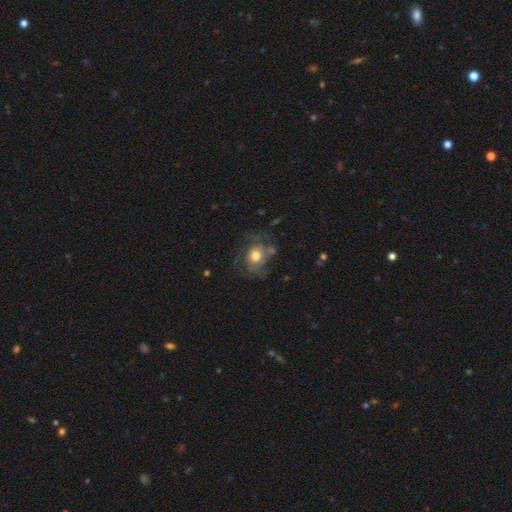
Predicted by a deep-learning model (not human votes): The model was most divided on "bulge size": moderate: 59%, large: 30%, small: 7%, dominant: 2%, none: 1%. More confident: edge-on disk — no (97%); bar — no (82%); spiral arms — yes (78%); smooth or featured — featured or disk (63%); merging — none (54%).